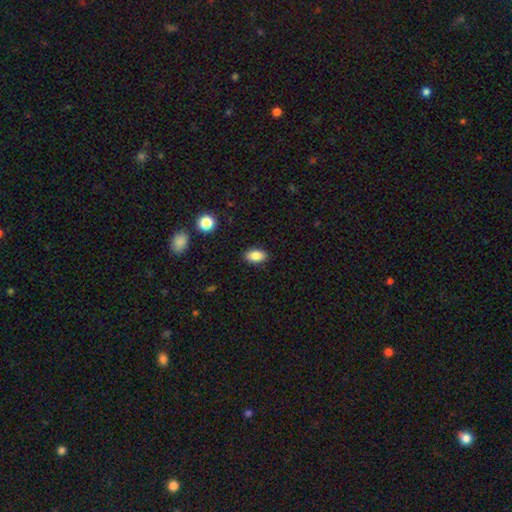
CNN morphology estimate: type=smooth (87%); roundness=in between (91%); merging=none (88%).